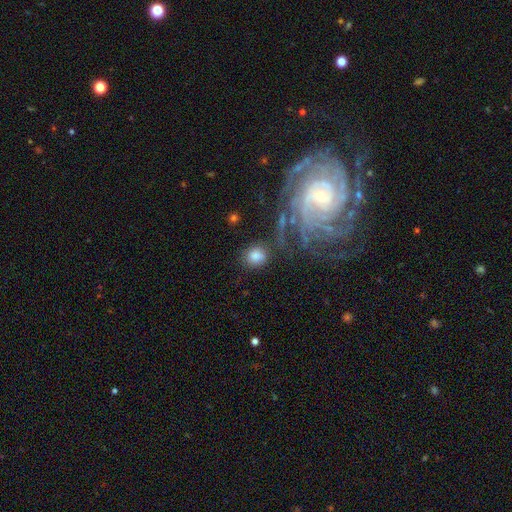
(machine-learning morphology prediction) Q: Smooth or featured?
A: smooth (75%); runner-up: featured or disk (14%)
Q: How rounded?
A: round (72%); runner-up: in between (27%)
Q: Merging?
A: none (75%); runner-up: minor disturbance (13%)